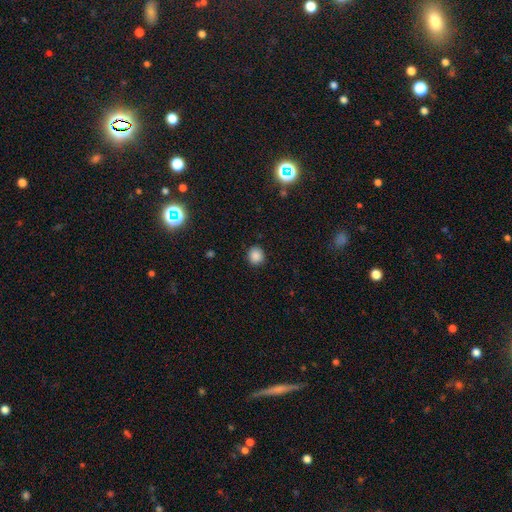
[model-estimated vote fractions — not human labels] This is clearly a smooth galaxy (86%). How rounded: clearly round (88%). Merging: clearly none (89%).